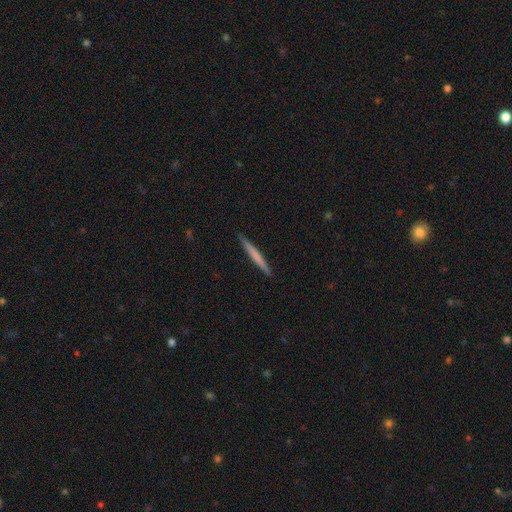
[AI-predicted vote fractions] smooth_or_featured: smooth (p=0.59) [alt: featured or disk p=0.36]
how_rounded: cigar-shaped (p=0.97) [alt: in between p=0.02]
merging: none (p=0.92) [alt: minor disturbance p=0.06]